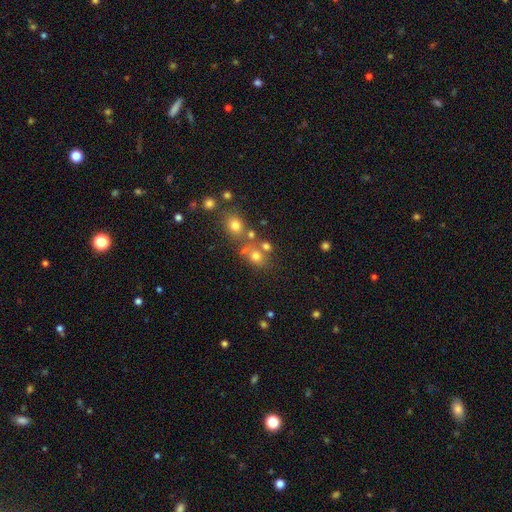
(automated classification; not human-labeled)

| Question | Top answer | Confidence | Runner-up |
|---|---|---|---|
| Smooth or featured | smooth | 68% | star or artifact (18%) |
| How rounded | round | 62% | in between (37%) |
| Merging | none | 52% | merger (29%) |